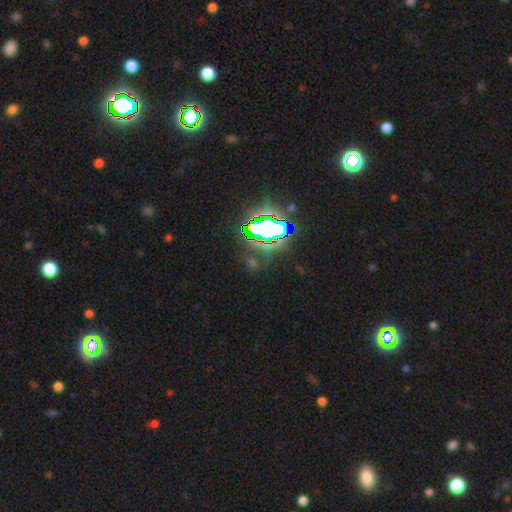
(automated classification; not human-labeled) Smooth or featured?
  - star or artifact: 82% *
  - smooth: 10%
  - featured or disk: 7%